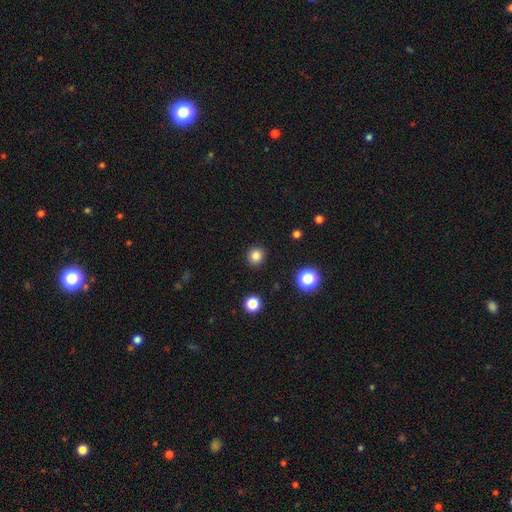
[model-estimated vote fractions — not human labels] The model was most divided on "smooth or featured": smooth: 83%, star or artifact: 13%, featured or disk: 4%. More confident: how rounded — round (92%); merging — none (91%).